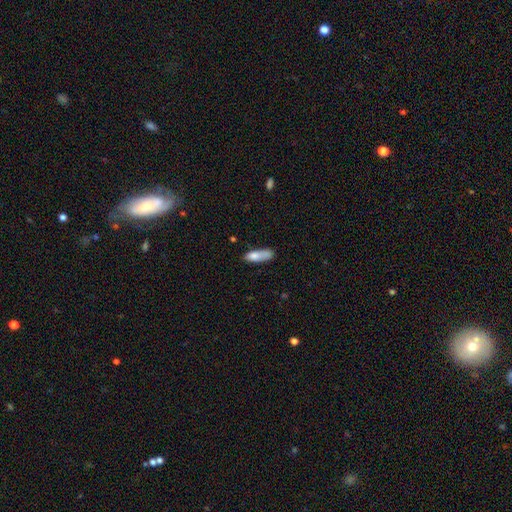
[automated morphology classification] smooth-or-featured: smooth: 78% | featured or disk: 14% | star or artifact: 8%
  how-rounded: in between: 53% | cigar-shaped: 44% | round: 2%
  merging: none: 48% | minor disturbance: 30% | major disturbance: 11% | merger: 11%